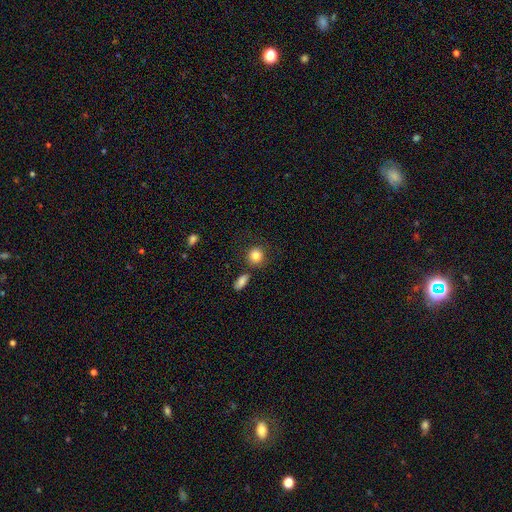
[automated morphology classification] smooth_or_featured: smooth (p=0.84) [alt: star or artifact p=0.09]
how_rounded: round (p=0.88) [alt: in between p=0.11]
merging: none (p=0.79) [alt: minor disturbance p=0.11]